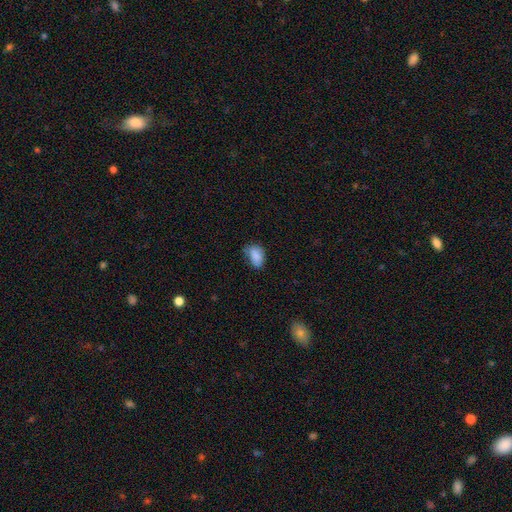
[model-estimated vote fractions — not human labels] Overall: smooth (84%). How rounded: in between (87%). Merging: none (54%; minor disturbance 34%).